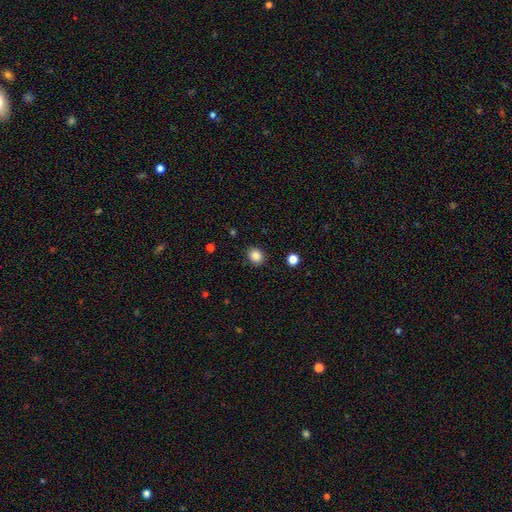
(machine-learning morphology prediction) type=smooth (86%); roundness=round (66%); merging=none (88%).